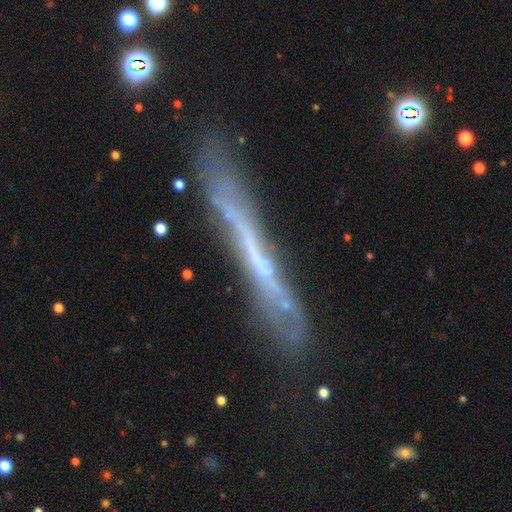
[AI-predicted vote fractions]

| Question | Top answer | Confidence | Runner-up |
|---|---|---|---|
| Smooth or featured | featured or disk | 61% | smooth (30%) |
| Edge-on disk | yes | 80% | no (20%) |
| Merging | none | 60% | minor disturbance (23%) |